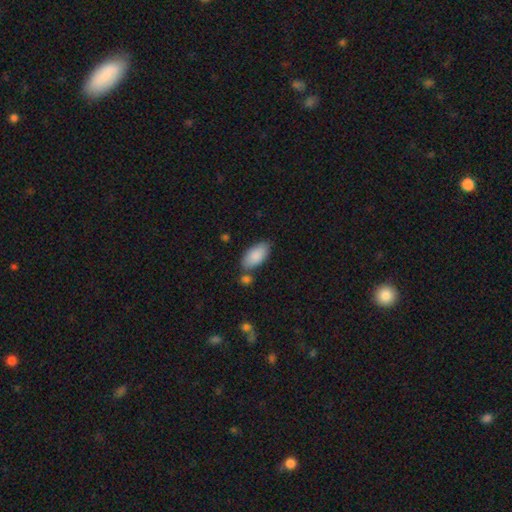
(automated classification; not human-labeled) smooth_or_featured: smooth (p=0.88) [alt: featured or disk p=0.06]
how_rounded: in between (p=0.93) [alt: cigar-shaped p=0.05]
merging: none (p=0.70) [alt: minor disturbance p=0.16]